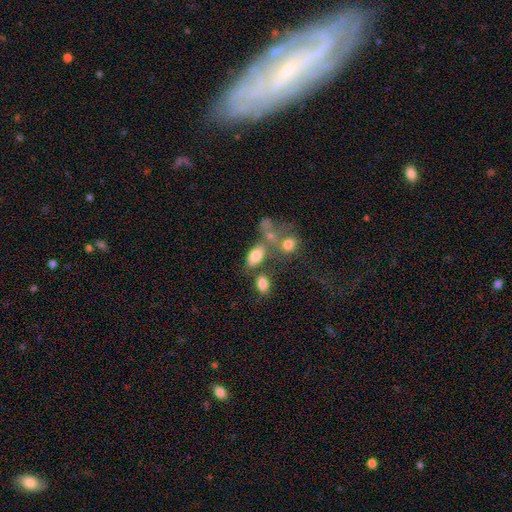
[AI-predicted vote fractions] Morphology: type=smooth (78%); roundness=in between (89%); merging=none (46%).